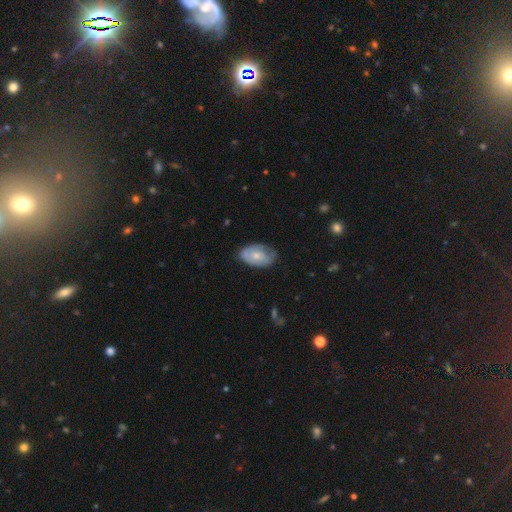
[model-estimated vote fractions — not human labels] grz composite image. It shows a smooth galaxy with no disk features (60%) that is in between round and cigar-shaped (92%). Merging: none (65%).